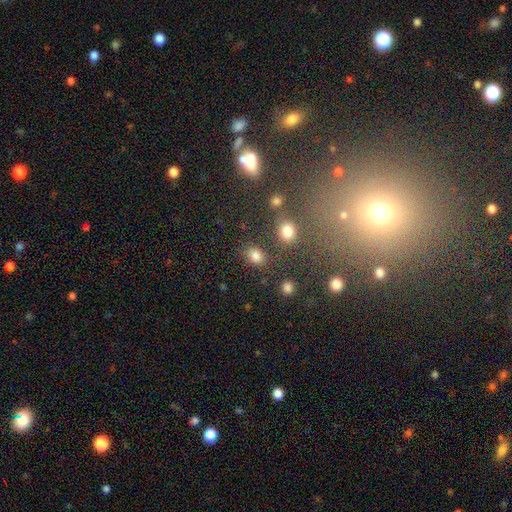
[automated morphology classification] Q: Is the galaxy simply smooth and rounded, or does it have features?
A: smooth — 81%.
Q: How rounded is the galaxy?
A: in between — 61%.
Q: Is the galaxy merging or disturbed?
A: none — 76%.